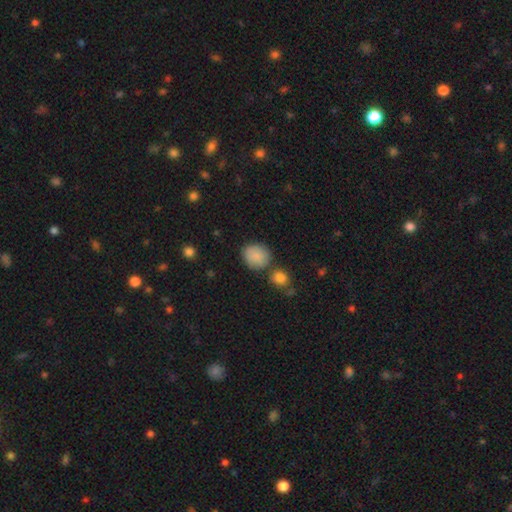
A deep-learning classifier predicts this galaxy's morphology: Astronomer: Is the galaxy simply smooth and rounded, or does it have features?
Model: smooth — 87%.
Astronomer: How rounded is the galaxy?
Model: round — 74%.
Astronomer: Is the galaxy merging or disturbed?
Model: none — 71%.